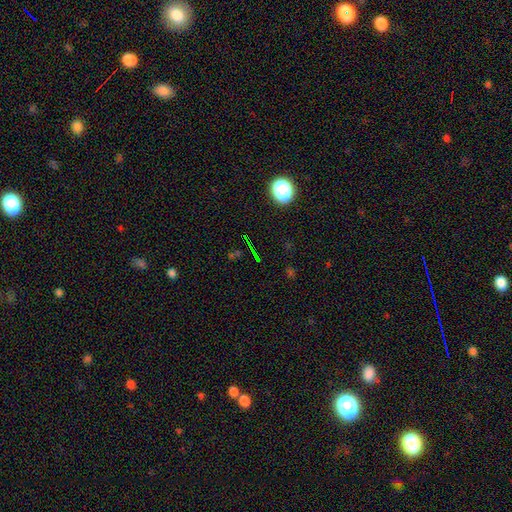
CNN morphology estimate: Smooth or featured?
  - star or artifact: 68% *
  - smooth: 18%
  - featured or disk: 13%